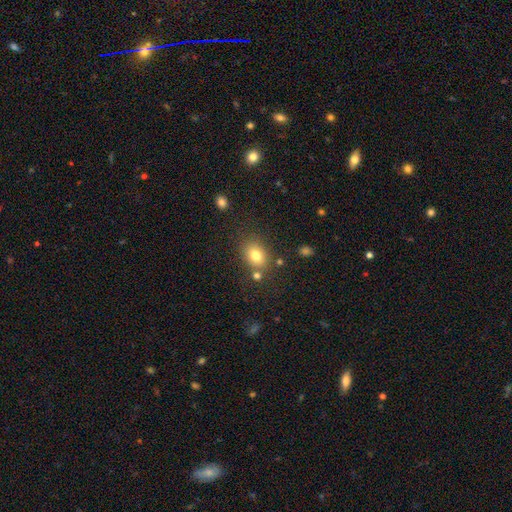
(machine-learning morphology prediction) Smooth or featured? Predicted: smooth (p=0.77). How rounded? Predicted: in between (p=0.56). Merging? Predicted: none (p=0.74).